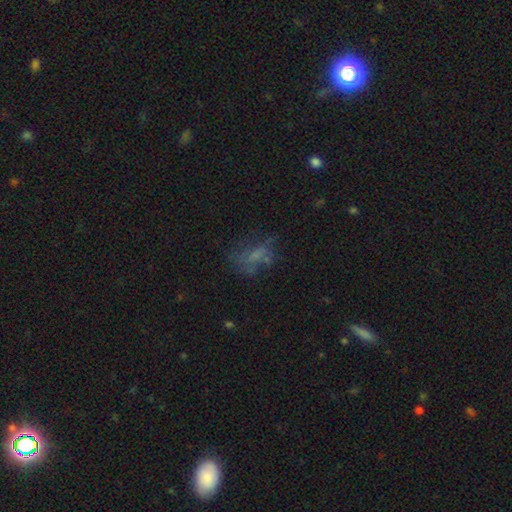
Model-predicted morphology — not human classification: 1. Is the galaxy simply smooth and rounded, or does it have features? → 41% smooth, 36% featured or disk, 24% star or artifact.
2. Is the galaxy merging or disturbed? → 46% none, 29% major disturbance, 20% minor disturbance, 6% merger.